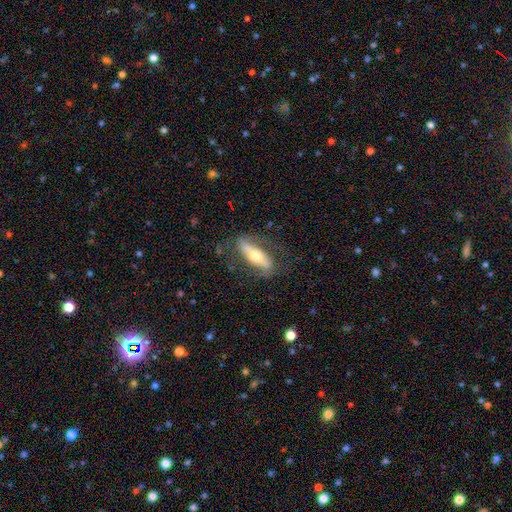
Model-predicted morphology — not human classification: This is possibly a featured or disk galaxy (59%). It is possibly not viewed edge-on (59%). Merging: likely none (69%).